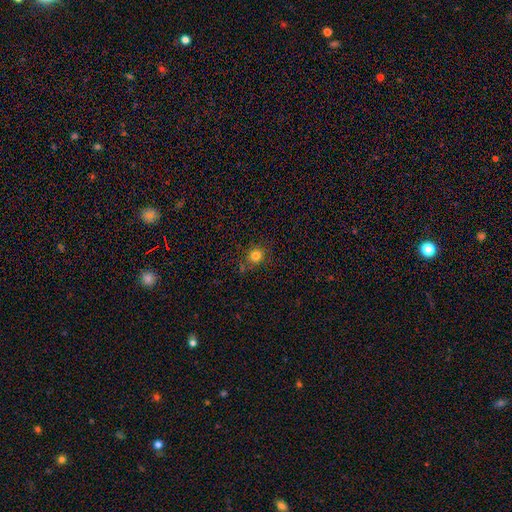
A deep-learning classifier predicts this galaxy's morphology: A smooth galaxy with no disk features (81%) that is round (87%).

Vote fractions:
- Smooth or featured? smooth: 81% / star or artifact: 14% / featured or disk: 5%
- How rounded? round: 87% / in between: 12% / cigar-shaped: 1%
- Merging? none: 81% / minor disturbance: 11% / merger: 4% / major disturbance: 4%